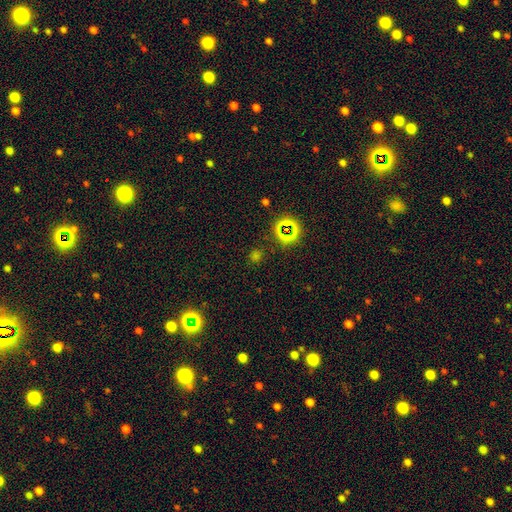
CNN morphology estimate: The model was most divided on "smooth or featured": star or artifact: 52%, smooth: 42%, featured or disk: 6%.